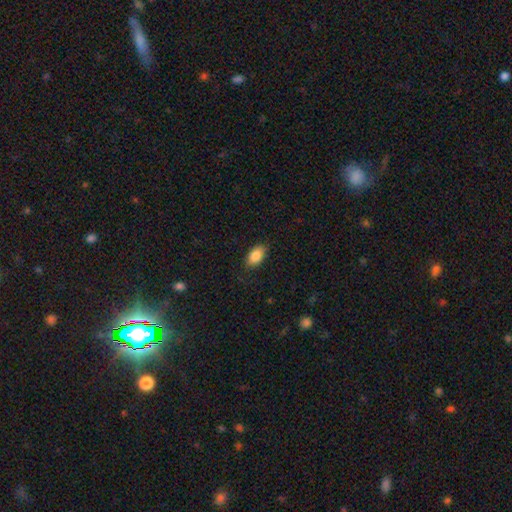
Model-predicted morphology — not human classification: type=smooth (86%); roundness=in between (91%); merging=none (81%).